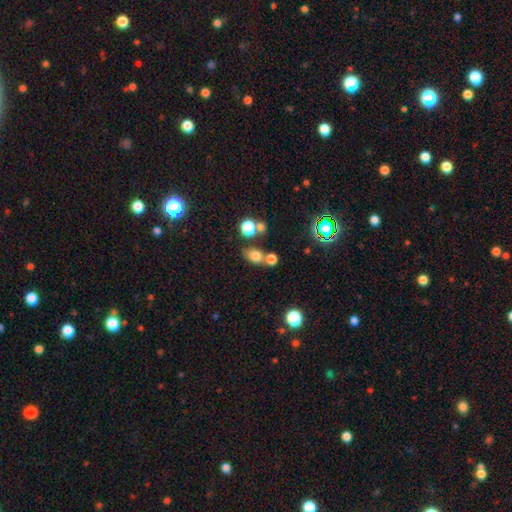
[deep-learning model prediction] Q: Smooth or featured?
A: smooth (74%); runner-up: star or artifact (16%)
Q: How rounded?
A: in between (60%); runner-up: round (38%)
Q: Merging?
A: none (57%); runner-up: merger (26%)